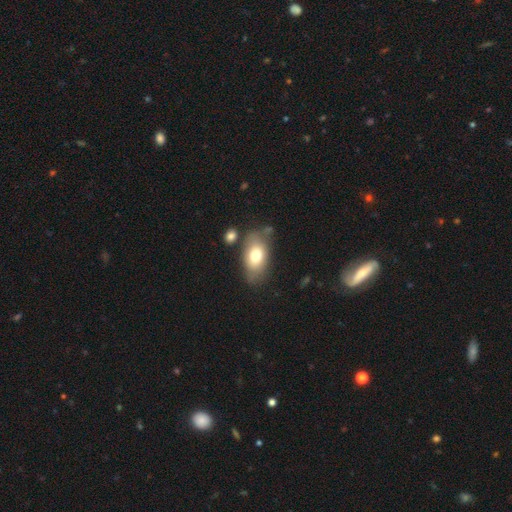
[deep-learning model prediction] smooth-or-featured: smooth: 73% | featured or disk: 19% | star or artifact: 8%
  how-rounded: in between: 89% | round: 9% | cigar-shaped: 2%
  merging: none: 66% | minor disturbance: 20% | merger: 8% | major disturbance: 6%